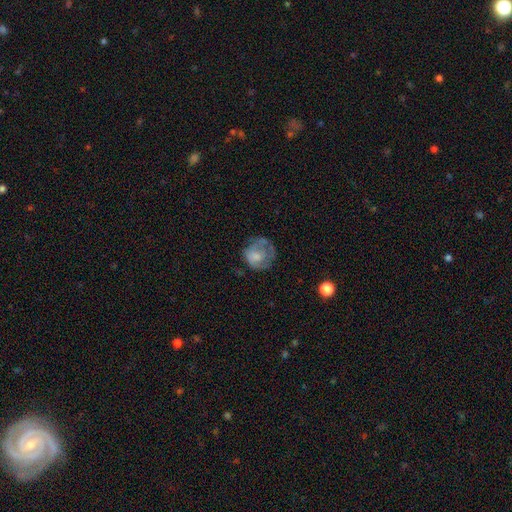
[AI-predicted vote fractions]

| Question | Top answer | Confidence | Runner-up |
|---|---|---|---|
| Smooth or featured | smooth | 54% | featured or disk (37%) |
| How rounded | round | 77% | in between (22%) |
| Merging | none | 44% | major disturbance (28%) |